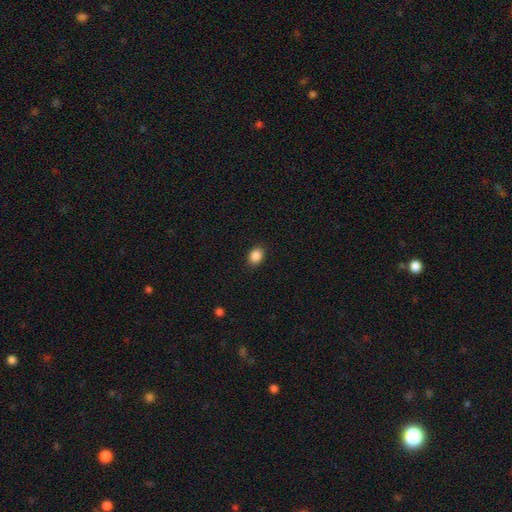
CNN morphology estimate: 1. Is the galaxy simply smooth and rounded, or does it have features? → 88% smooth, 9% star or artifact, 3% featured or disk.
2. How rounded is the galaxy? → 61% in between, 38% round, 1% cigar-shaped.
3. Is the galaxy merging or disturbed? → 90% none, 7% minor disturbance, 2% major disturbance, 1% merger.